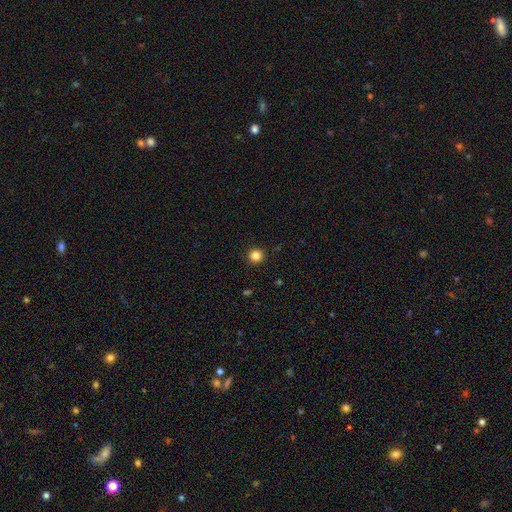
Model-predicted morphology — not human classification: Smooth or featured? smooth (84%)
How rounded? round (95%)
Merging? none (93%)